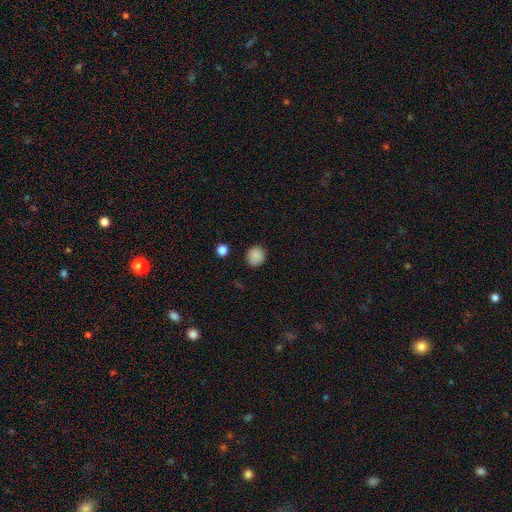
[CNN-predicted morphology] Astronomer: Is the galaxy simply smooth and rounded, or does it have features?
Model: smooth — 87%.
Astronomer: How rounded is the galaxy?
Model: round — 85%.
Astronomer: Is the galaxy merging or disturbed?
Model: none — 87%.